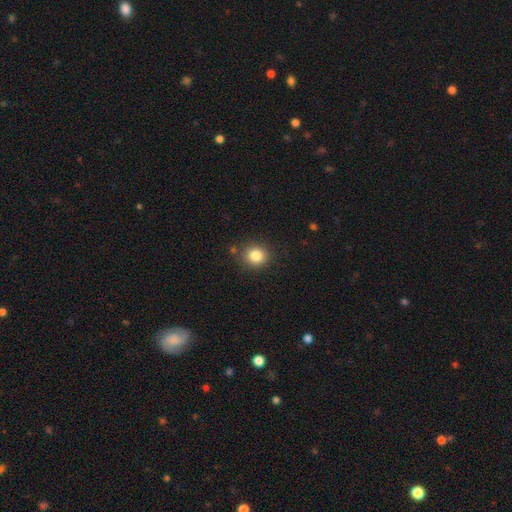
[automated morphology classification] Smooth or featured: smooth — 83% (star or artifact — 11%)
How rounded: round — 83% (in between — 16%)
Merging: none — 85% (minor disturbance — 9%)